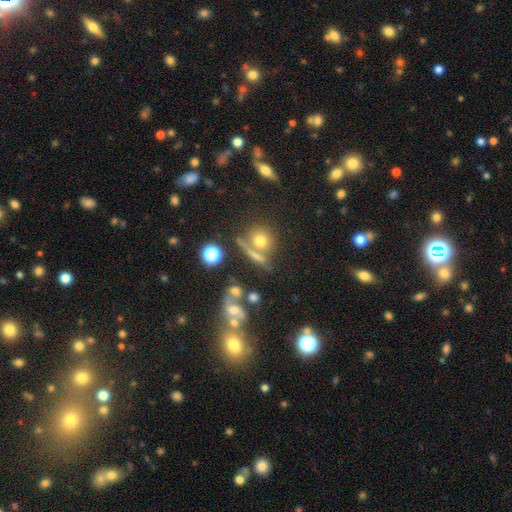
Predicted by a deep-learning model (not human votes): Smooth or featured: smooth — 60% (featured or disk — 23%)
How rounded: round — 63% (in between — 21%)
Merging: none — 51% (merger — 29%)